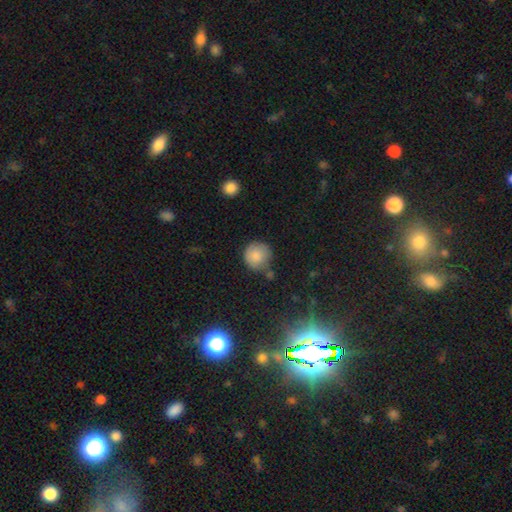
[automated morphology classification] smooth_or_featured: smooth (p=0.83) [alt: star or artifact p=0.09]
how_rounded: round (p=0.92) [alt: in between p=0.07]
merging: none (p=0.61) [alt: minor disturbance p=0.24]